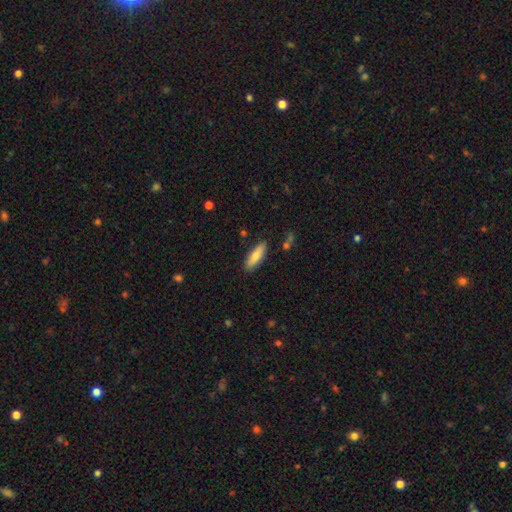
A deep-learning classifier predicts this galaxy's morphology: A smooth galaxy with no disk features (76%) that is cigar-shaped (51%). Merging: none (85%).